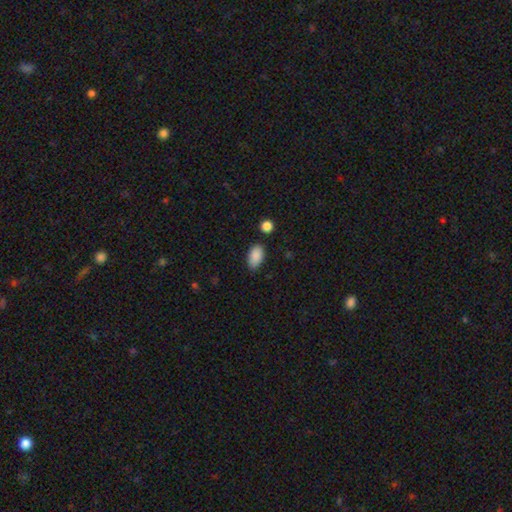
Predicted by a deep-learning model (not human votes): This appears to be a smooth galaxy with no disk features (89%) that is in between round and cigar-shaped (93%). Merging: none (76%).